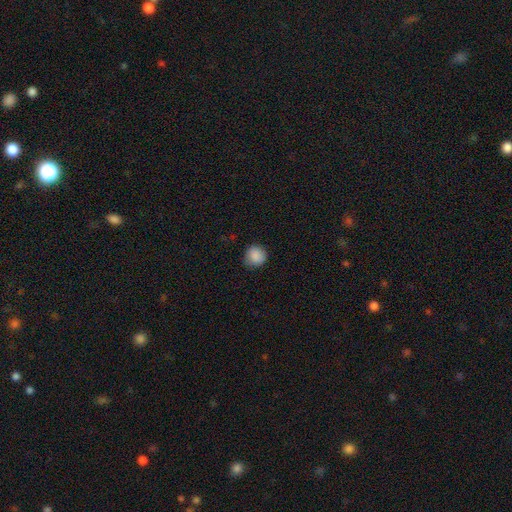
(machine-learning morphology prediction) A smooth galaxy with no disk features (88%) that is round (91%).

Vote fractions:
- Smooth or featured? smooth: 88% / star or artifact: 8% / featured or disk: 3%
- How rounded? round: 91% / in between: 8% / cigar-shaped: 1%
- Merging? none: 84% / minor disturbance: 13% / major disturbance: 3% / merger: 1%